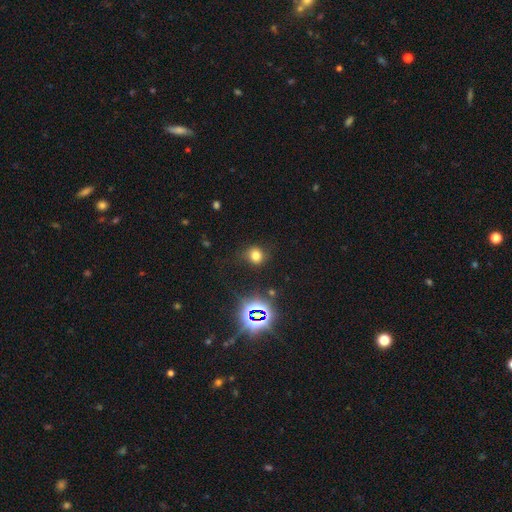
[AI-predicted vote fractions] This appears to be a smooth galaxy with no disk features (70%) that is round (82%). Merging: none (80%).